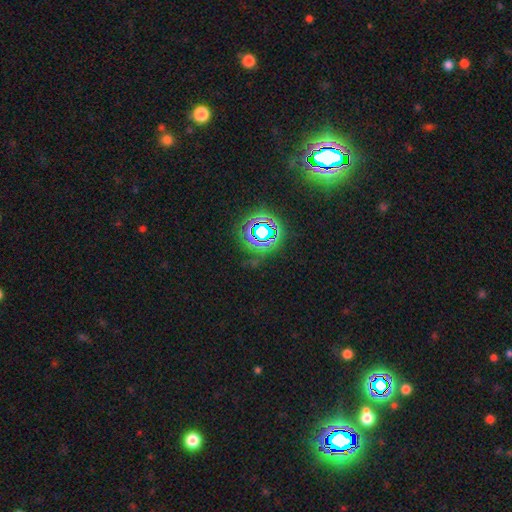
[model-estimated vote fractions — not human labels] star or artifact 76%, smooth 16%, featured or disk 8%.